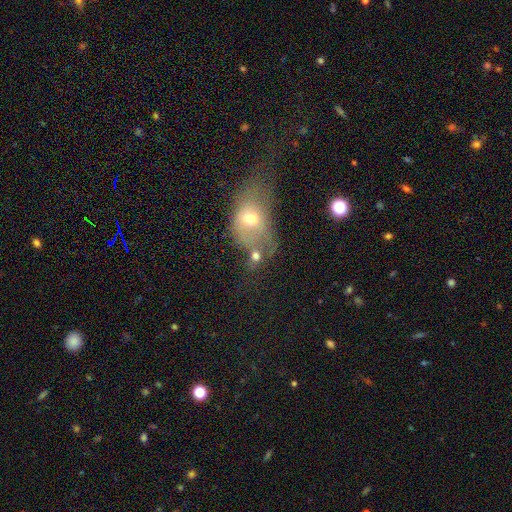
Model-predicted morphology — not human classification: A smooth galaxy with no disk features (60%) that is in between round and cigar-shaped (52%).

Vote fractions:
- Smooth or featured? smooth: 60% / featured or disk: 24% / star or artifact: 16%
- How rounded? in between: 52% / round: 46% / cigar-shaped: 2%
- Merging? merger: 49% / none: 26% / major disturbance: 14% / minor disturbance: 11%